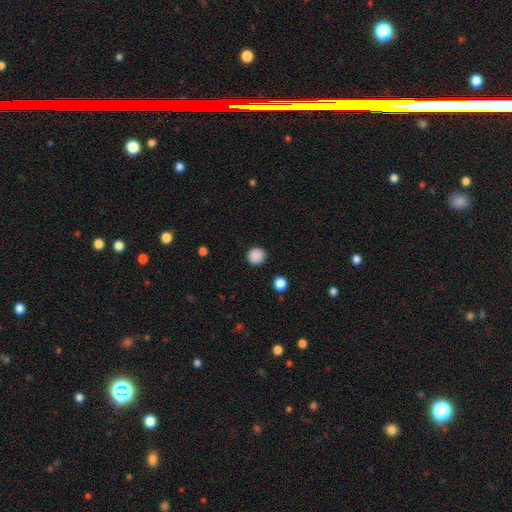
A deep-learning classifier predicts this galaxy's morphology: Smooth or featured? smooth (88%)
How rounded? round (92%)
Merging? none (91%)